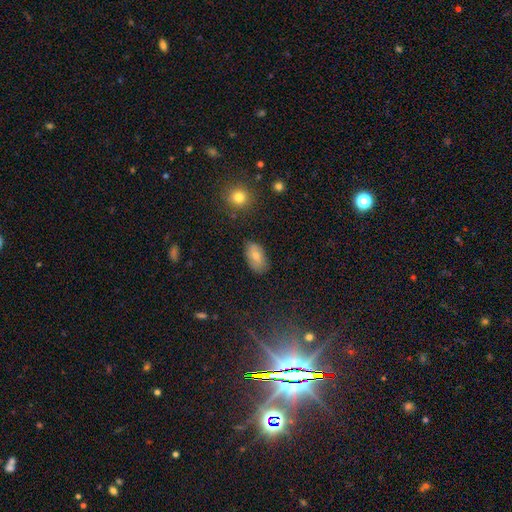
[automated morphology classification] Smooth or featured: smooth — 69% (featured or disk — 22%)
How rounded: in between — 92% (round — 6%)
Merging: none — 78% (minor disturbance — 16%)